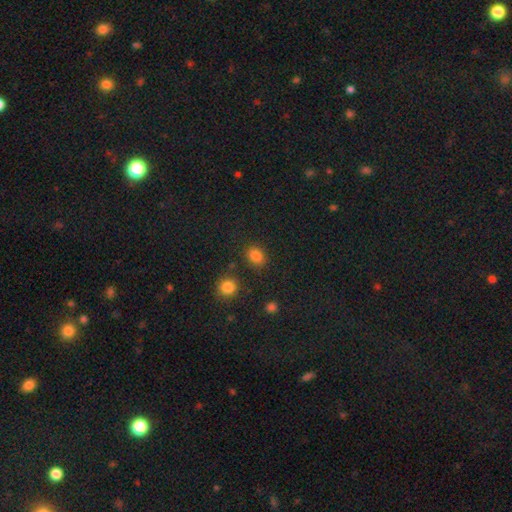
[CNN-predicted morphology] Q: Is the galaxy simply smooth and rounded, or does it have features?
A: smooth — 83%.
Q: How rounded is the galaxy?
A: in between — 51%.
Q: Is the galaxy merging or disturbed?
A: none — 83%.